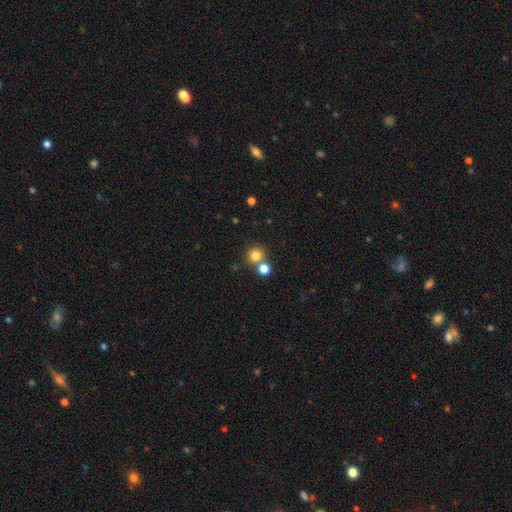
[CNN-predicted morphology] A smooth galaxy with no disk features (80%) that is round (91%). Merging: none (64%).